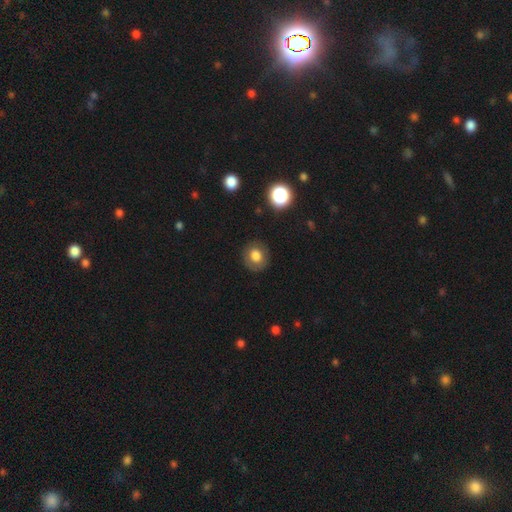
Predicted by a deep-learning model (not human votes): Smooth or featured? Predicted: smooth (p=0.72). How rounded? Predicted: round (p=0.77). Merging? Predicted: none (p=0.84).